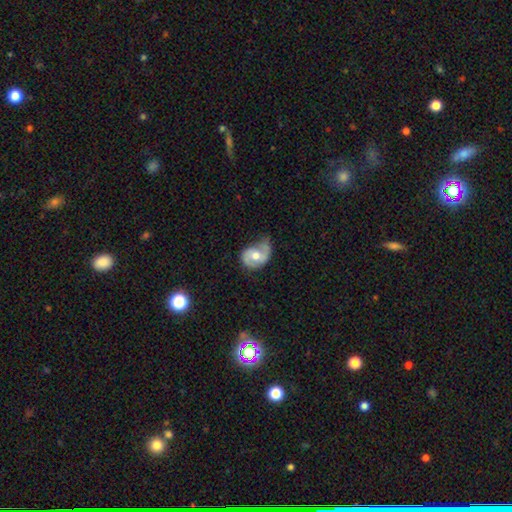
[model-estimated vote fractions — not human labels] smooth-or-featured: featured or disk: 69% | smooth: 25% | star or artifact: 6%
  disk-edge-on: no: 97% | yes: 3%
    bar: no: 59% | weak: 33% | strong: 8%
    has-spiral-arms: yes: 88% | no: 12%
      spiral-winding: medium: 44% | loose: 31% | tight: 25%
      spiral-arm-count: 2: 73% | 1: 17% | can't tell: 7% | 3: 1% | 4: 1% | more than 4: 1%
    bulge-size: moderate: 74% | small: 14% | large: 10% | none: 1% | dominant: 1%
  merging: none: 42% | minor disturbance: 37% | major disturbance: 18% | merger: 2%